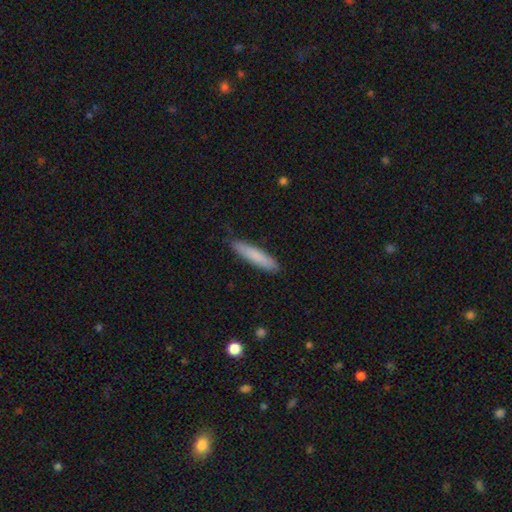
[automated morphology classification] Smooth or featured? Predicted: smooth (p=0.81). How rounded? Predicted: cigar-shaped (p=0.87). Merging? Predicted: none (p=0.85).